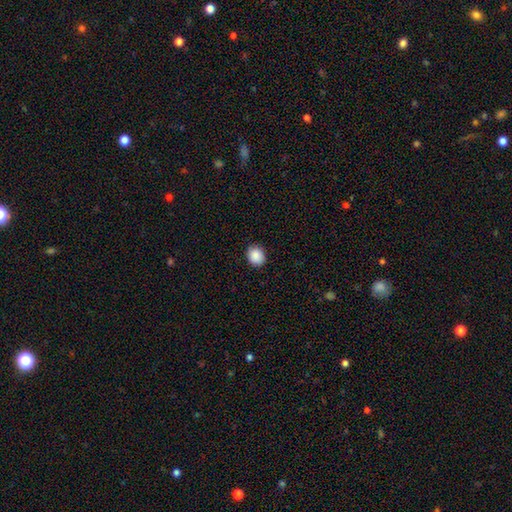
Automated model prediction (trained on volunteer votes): This is clearly a smooth galaxy (89%). How rounded: likely round (65%). Merging: clearly none (88%).